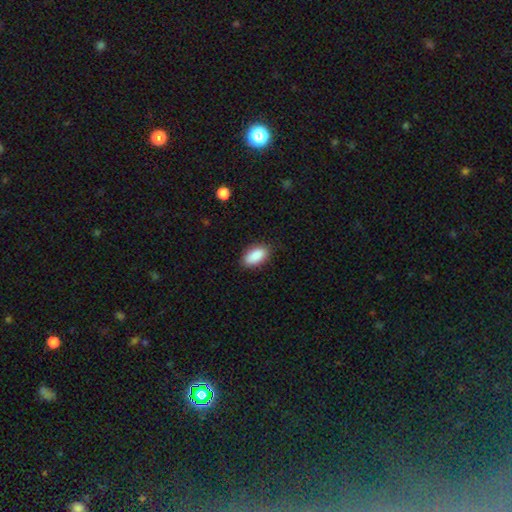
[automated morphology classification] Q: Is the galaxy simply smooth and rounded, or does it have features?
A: smooth — 90%.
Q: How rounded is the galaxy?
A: in between — 92%.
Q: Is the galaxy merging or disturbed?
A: none — 86%.